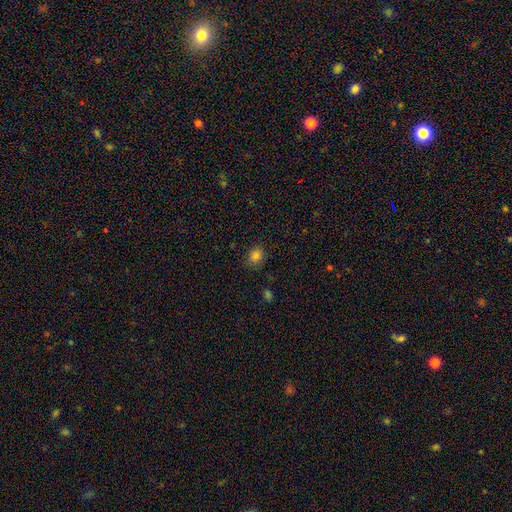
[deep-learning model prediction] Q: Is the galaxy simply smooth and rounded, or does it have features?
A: smooth — 81%.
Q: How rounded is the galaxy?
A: round — 63%.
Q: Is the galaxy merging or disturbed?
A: none — 83%.